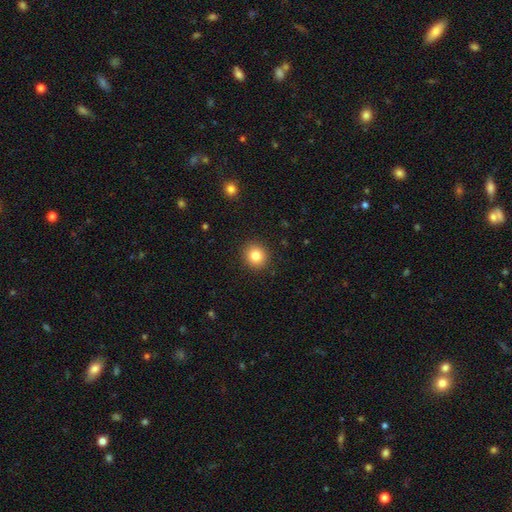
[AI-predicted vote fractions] This is clearly a smooth galaxy (82%). How rounded: clearly round (89%). Merging: clearly none (91%).